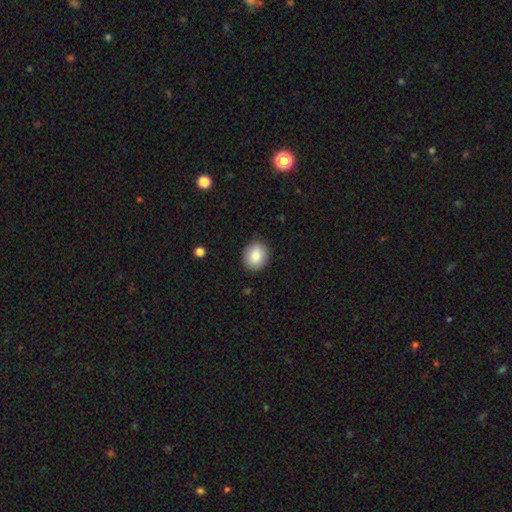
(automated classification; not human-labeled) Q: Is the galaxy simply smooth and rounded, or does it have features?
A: smooth — 88%.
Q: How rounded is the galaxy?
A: round — 67%.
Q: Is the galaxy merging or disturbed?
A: none — 89%.